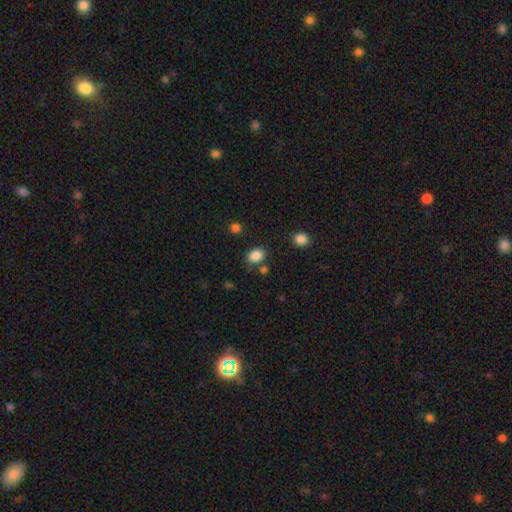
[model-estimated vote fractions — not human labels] smooth_or_featured: smooth (p=0.85) [alt: star or artifact p=0.11]
how_rounded: in between (p=0.59) [alt: round p=0.40]
merging: none (p=0.76) [alt: minor disturbance p=0.13]